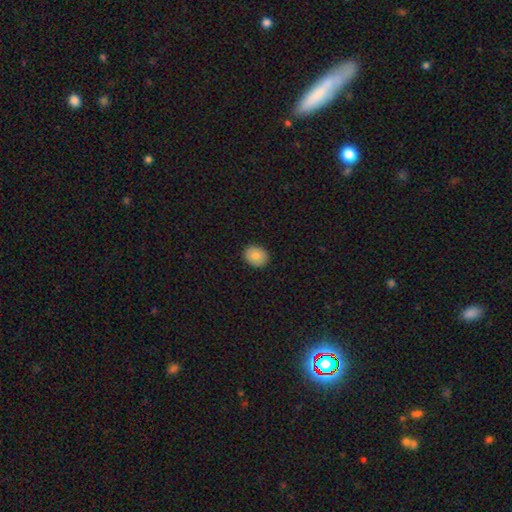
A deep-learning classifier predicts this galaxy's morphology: smooth_or_featured: smooth (p=0.82) [alt: featured or disk p=0.10]
how_rounded: round (p=0.60) [alt: in between p=0.39]
merging: none (p=0.90) [alt: minor disturbance p=0.07]